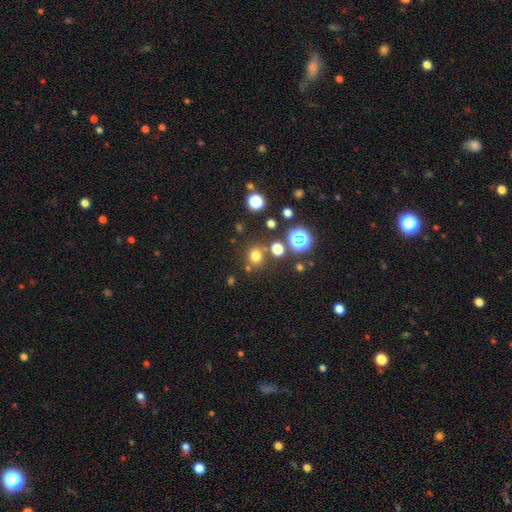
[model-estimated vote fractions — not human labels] Smooth or featured? smooth (71%)
How rounded? round (86%)
Merging? none (78%)